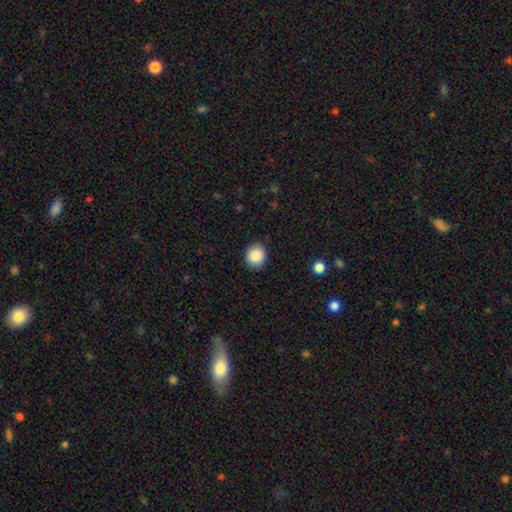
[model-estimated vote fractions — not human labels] Smooth or featured? smooth (88%)
How rounded? round (76%)
Merging? none (88%)